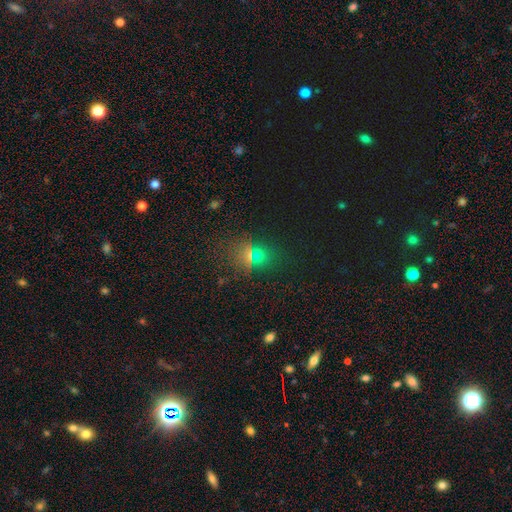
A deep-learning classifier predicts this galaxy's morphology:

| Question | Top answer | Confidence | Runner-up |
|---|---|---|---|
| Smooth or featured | smooth | 52% | star or artifact (39%) |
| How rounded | round | 68% | in between (29%) |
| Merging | none | 76% | minor disturbance (11%) |